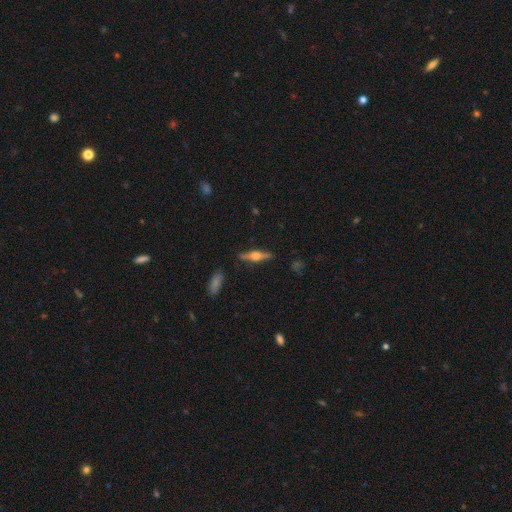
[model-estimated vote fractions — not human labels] Smooth or featured: featured or disk — 73% (smooth — 21%)
Edge-on disk: yes — 97% (no — 3%)
Edge-on bulge: rounded — 92% (boxy — 6%)
Merging: none — 88% (minor disturbance — 9%)